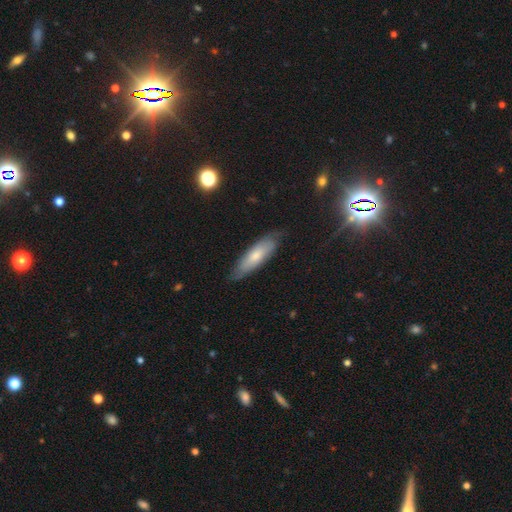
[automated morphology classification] type=smooth (61%); roundness=cigar-shaped (57%); merging=none (75%).